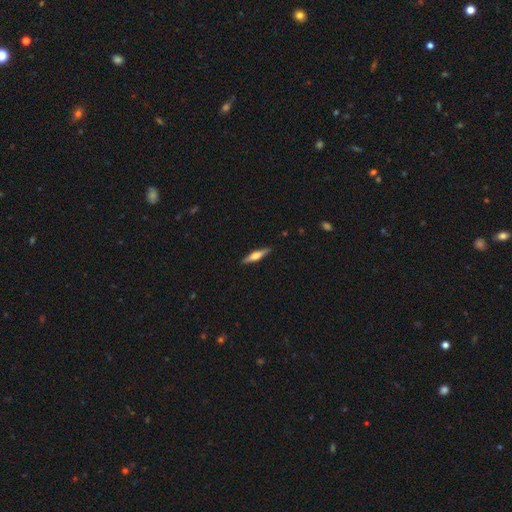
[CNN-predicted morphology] Smooth or featured? featured or disk (60%)
Edge-on disk? yes (97%)
Edge-on bulge? rounded (87%)
Merging? none (90%)